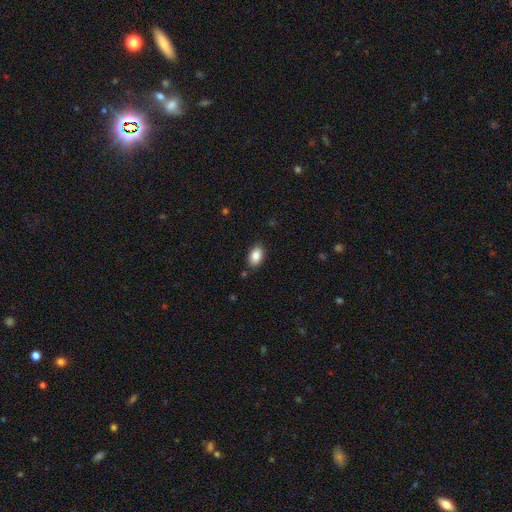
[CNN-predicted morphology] Q: Smooth or featured?
A: smooth (86%); runner-up: star or artifact (7%)
Q: How rounded?
A: in between (91%); runner-up: round (7%)
Q: Merging?
A: none (87%); runner-up: minor disturbance (10%)